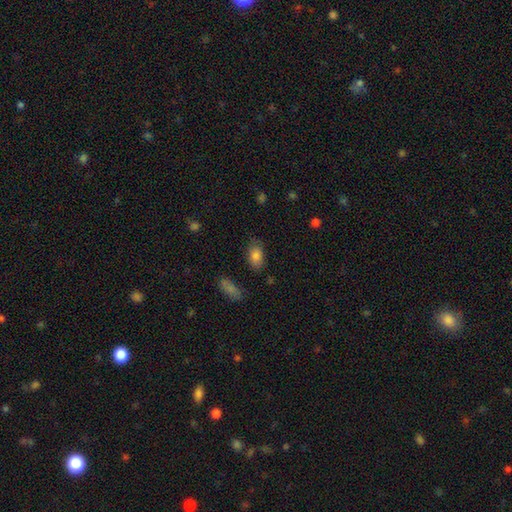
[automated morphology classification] type=smooth (85%); roundness=in between (90%); merging=none (79%).